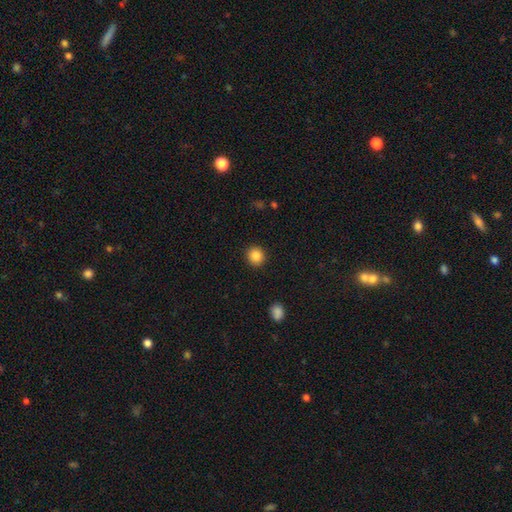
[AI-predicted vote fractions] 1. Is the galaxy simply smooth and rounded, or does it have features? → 87% smooth, 10% star or artifact, 4% featured or disk.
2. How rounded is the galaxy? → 91% round, 8% in between, 1% cigar-shaped.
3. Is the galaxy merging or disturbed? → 92% none, 5% minor disturbance, 2% major disturbance, 1% merger.